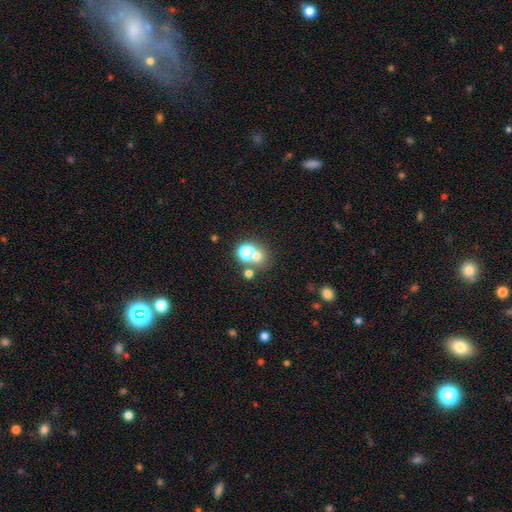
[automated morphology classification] Q: Smooth or featured?
A: smooth (63%); runner-up: star or artifact (23%)
Q: How rounded?
A: round (80%); runner-up: in between (19%)
Q: Merging?
A: none (48%); runner-up: merger (41%)